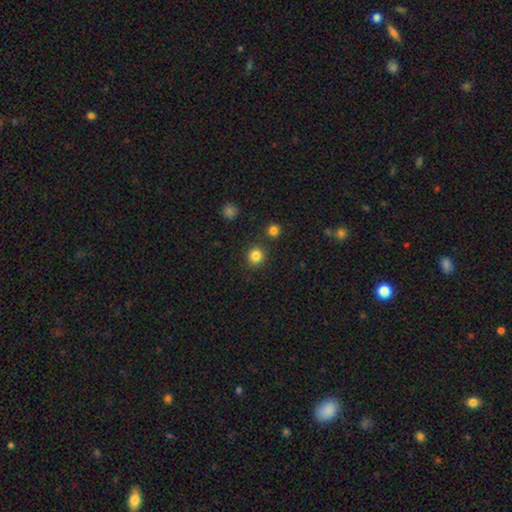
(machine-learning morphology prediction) Smooth or featured?
  - smooth: 84% *
  - star or artifact: 12%
  - featured or disk: 4%
How rounded?
  - round: 91% *
  - in between: 8%
  - cigar-shaped: 1%
Merging?
  - none: 88% *
  - minor disturbance: 6%
  - merger: 4%
  - major disturbance: 2%